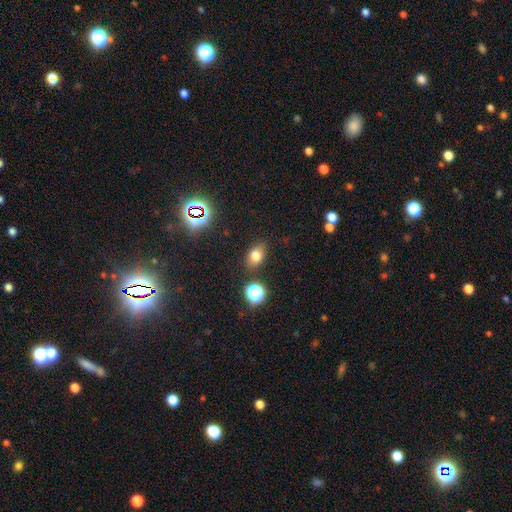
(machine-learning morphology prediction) Smooth or featured? smooth (72%)
How rounded? in between (75%)
Merging? none (83%)